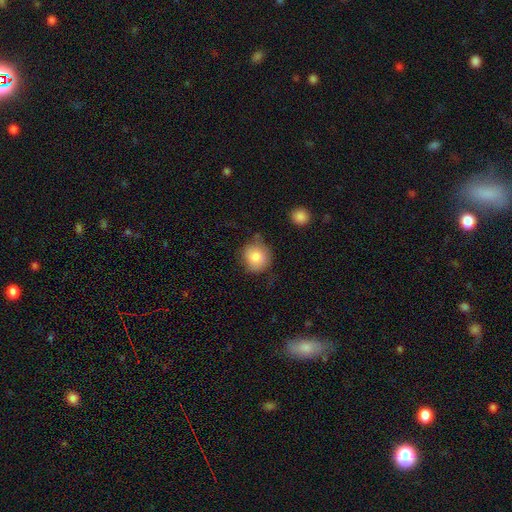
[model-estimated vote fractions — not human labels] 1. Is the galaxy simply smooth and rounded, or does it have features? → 82% smooth, 10% featured or disk, 8% star or artifact.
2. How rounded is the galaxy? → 88% round, 11% in between, 1% cigar-shaped.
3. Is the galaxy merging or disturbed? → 69% none, 22% minor disturbance, 6% major disturbance, 3% merger.